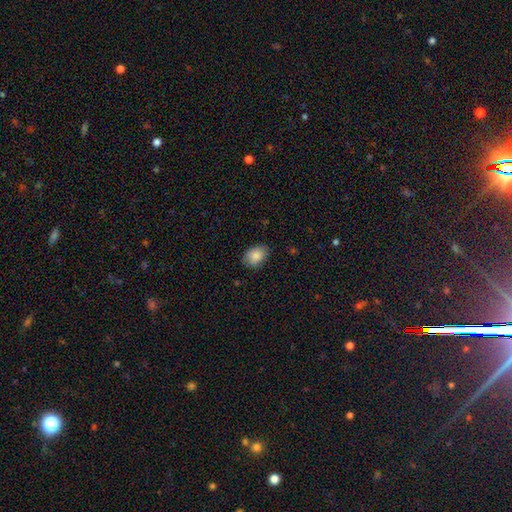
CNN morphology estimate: smooth 87%, star or artifact 7%, featured or disk 6%. Down the decision tree: how rounded — in between (74%); merging — none (78%).